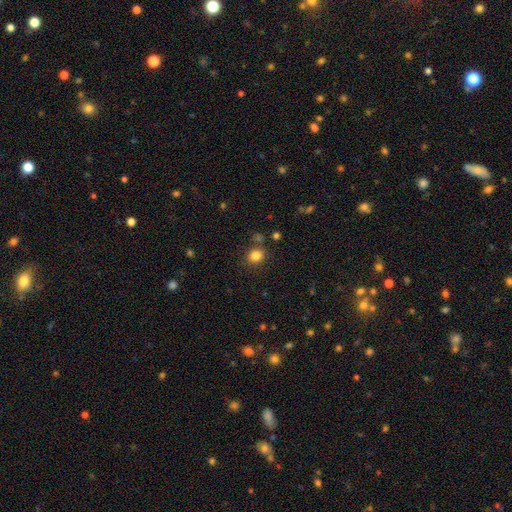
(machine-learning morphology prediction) Overall: smooth (83%). How rounded: round (64%; in between 35%). Merging: none (80%).